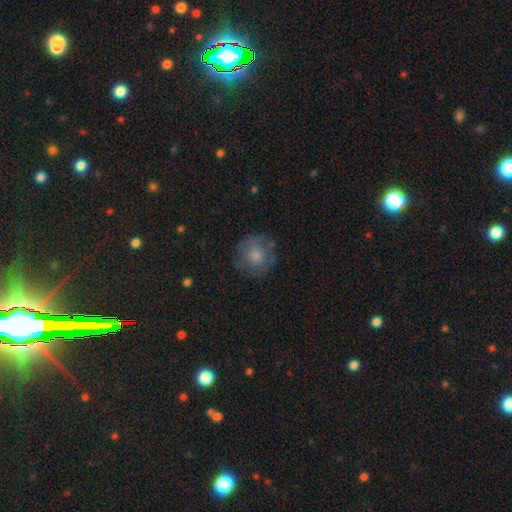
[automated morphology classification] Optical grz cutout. It shows a smooth galaxy with no disk features (61%) that is round (90%). Merging: none (76%).